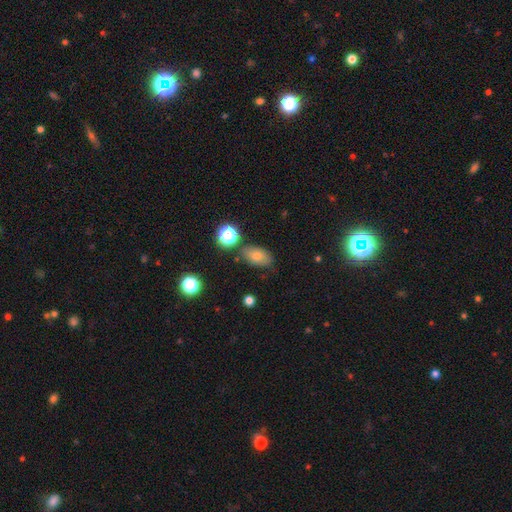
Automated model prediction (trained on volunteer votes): Smooth or featured?
  - smooth: 73% *
  - featured or disk: 14%
  - star or artifact: 13%
How rounded?
  - in between: 84% *
  - round: 13%
  - cigar-shaped: 2%
Merging?
  - none: 75% *
  - minor disturbance: 16%
  - merger: 5%
  - major disturbance: 4%